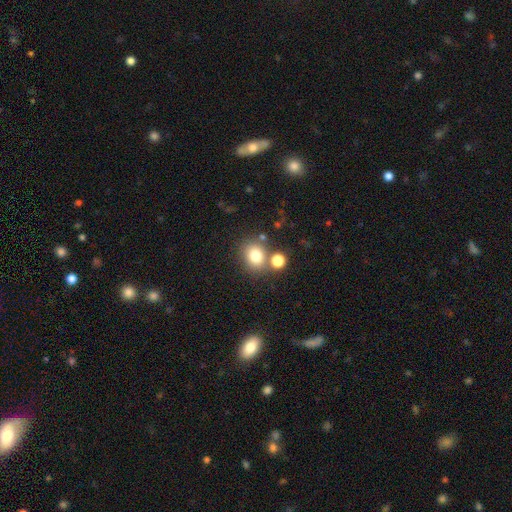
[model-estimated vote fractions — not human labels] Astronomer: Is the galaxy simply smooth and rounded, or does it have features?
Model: smooth — 78%.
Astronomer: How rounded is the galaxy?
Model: round — 67%.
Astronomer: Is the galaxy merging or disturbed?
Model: none — 66%.